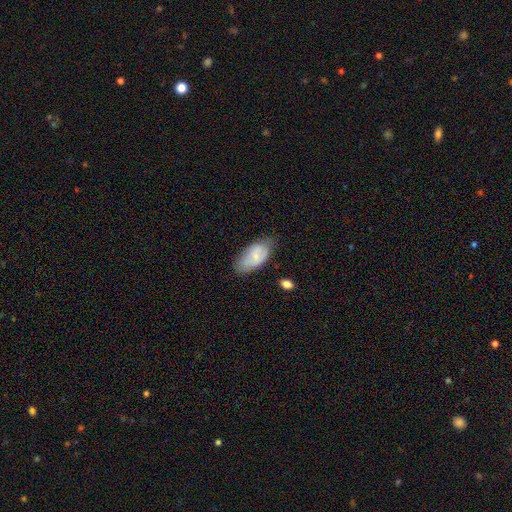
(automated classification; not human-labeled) Overall: smooth (71%). How rounded: in between (93%). Merging: none (63%; minor disturbance 27%).